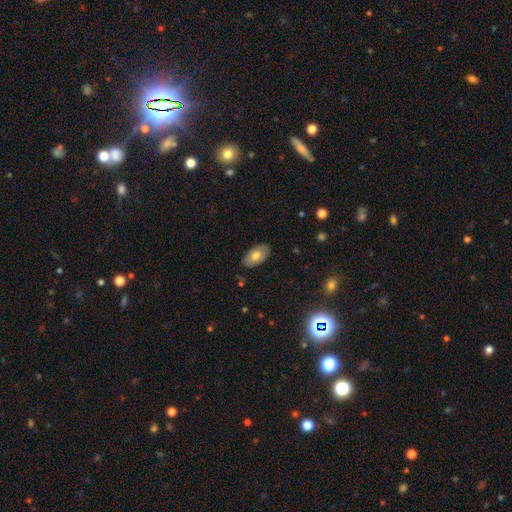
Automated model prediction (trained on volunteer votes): smooth-or-featured: smooth: 69% | featured or disk: 24% | star or artifact: 7%
  how-rounded: in between: 95% | round: 4% | cigar-shaped: 2%
  merging: none: 85% | minor disturbance: 12% | major disturbance: 2% | merger: 1%